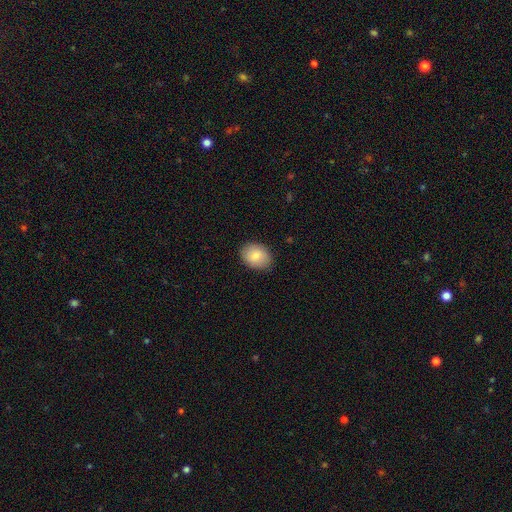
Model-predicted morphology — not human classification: A smooth galaxy with no disk features (84%) that is in between round and cigar-shaped (67%). Merging: none (86%).